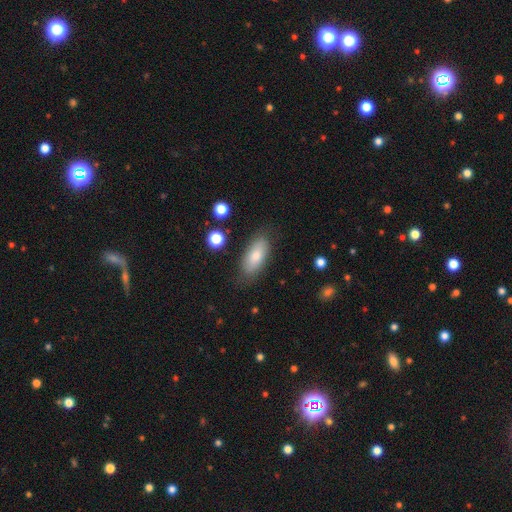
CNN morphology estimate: Smooth or featured? smooth (73%)
How rounded? in between (85%)
Merging? none (76%)